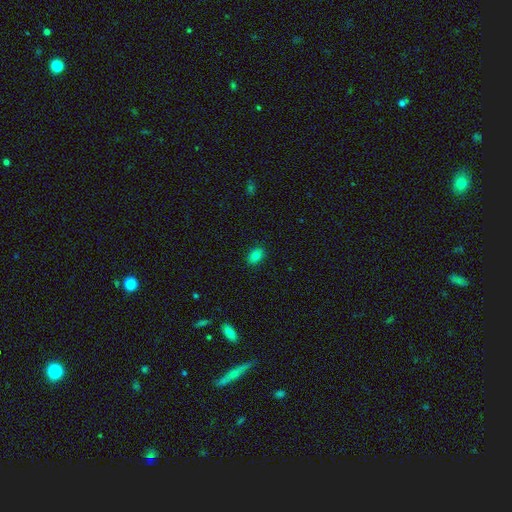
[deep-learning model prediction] A smooth galaxy with no disk features (81%) that is in between round and cigar-shaped (75%). Merging: none (87%).